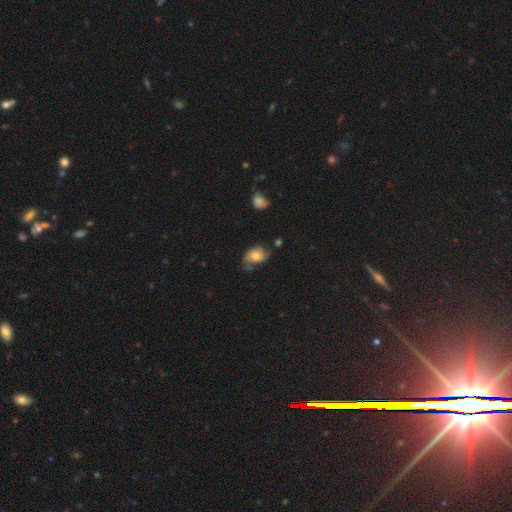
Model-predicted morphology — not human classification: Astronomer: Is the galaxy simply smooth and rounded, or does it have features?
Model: smooth — 62%.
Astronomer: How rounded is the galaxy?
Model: in between — 78%.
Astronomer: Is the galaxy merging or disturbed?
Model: none — 47% (runner-up: minor disturbance, 32%).